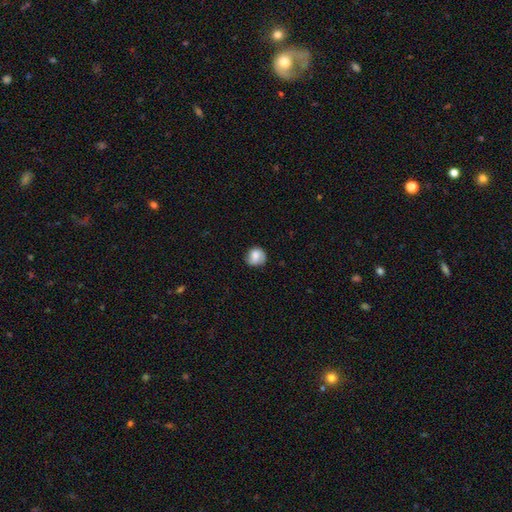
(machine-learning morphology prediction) smooth-or-featured: smooth: 72% | featured or disk: 20% | star or artifact: 8%
  how-rounded: round: 82% | in between: 17% | cigar-shaped: 1%
  merging: none: 70% | minor disturbance: 22% | major disturbance: 7% | merger: 2%